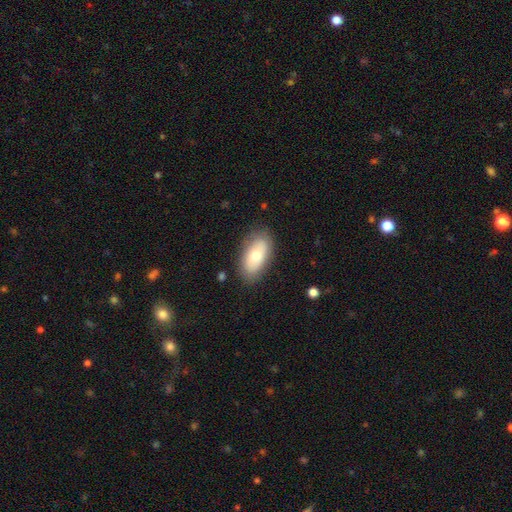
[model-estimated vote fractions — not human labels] The model was most divided on "smooth or featured": smooth: 68%, featured or disk: 25%, star or artifact: 6%. More confident: how rounded — in between (92%); merging — none (82%).